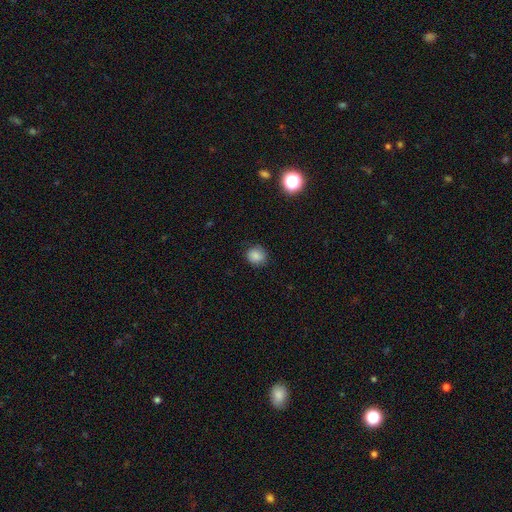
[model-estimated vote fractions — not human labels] A smooth galaxy with no disk features (84%) that is round (81%).

Vote fractions:
- Smooth or featured? smooth: 84% / star or artifact: 10% / featured or disk: 6%
- How rounded? round: 81% / in between: 18% / cigar-shaped: 1%
- Merging? none: 82% / minor disturbance: 14% / major disturbance: 3% / merger: 1%